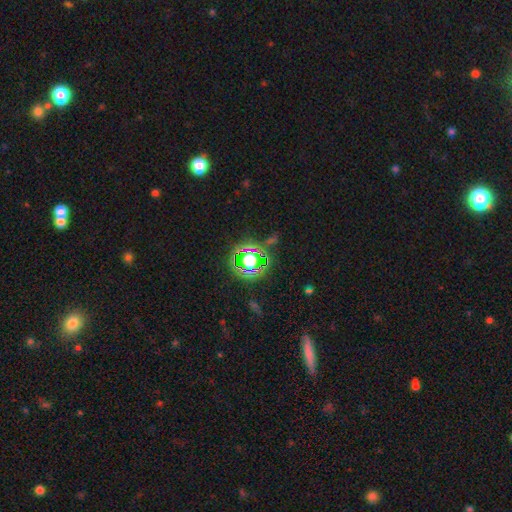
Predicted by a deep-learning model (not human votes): Smooth or featured? star or artifact (62%)